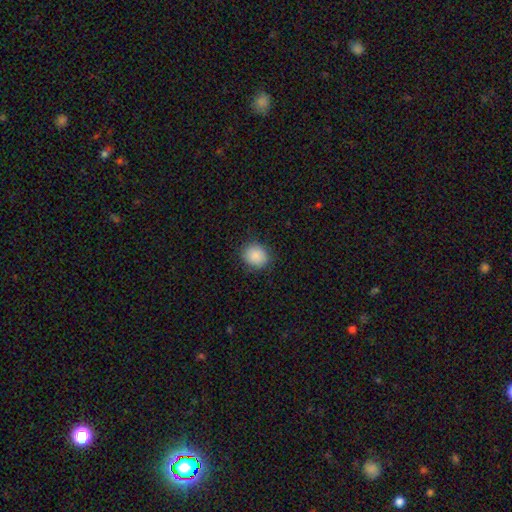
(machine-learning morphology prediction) A smooth galaxy with no disk features (88%) that is round (72%).

Vote fractions:
- Smooth or featured? smooth: 88% / star or artifact: 8% / featured or disk: 4%
- How rounded? round: 72% / in between: 27% / cigar-shaped: 1%
- Merging? none: 87% / minor disturbance: 9% / major disturbance: 3% / merger: 1%